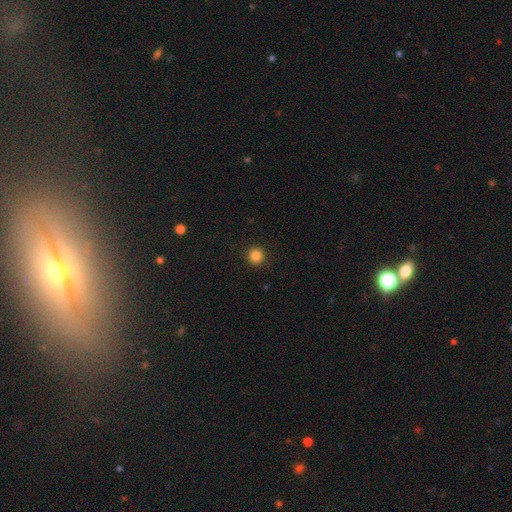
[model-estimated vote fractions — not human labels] Q: Smooth or featured?
A: smooth (85%); runner-up: star or artifact (12%)
Q: How rounded?
A: round (95%); runner-up: in between (4%)
Q: Merging?
A: none (92%); runner-up: minor disturbance (5%)